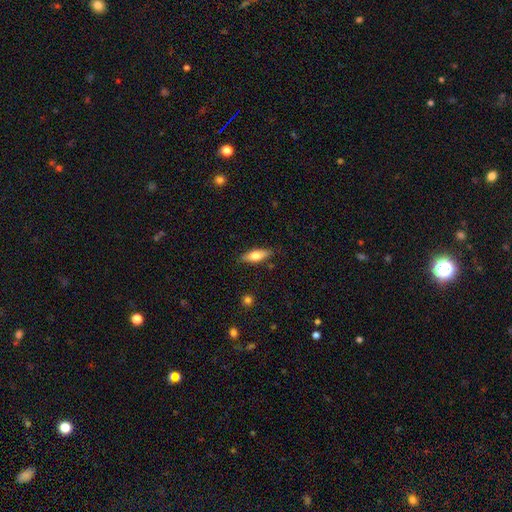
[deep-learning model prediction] This appears to be a smooth galaxy with no disk features (61%) that is in between round and cigar-shaped (61%). Merging: none (84%).